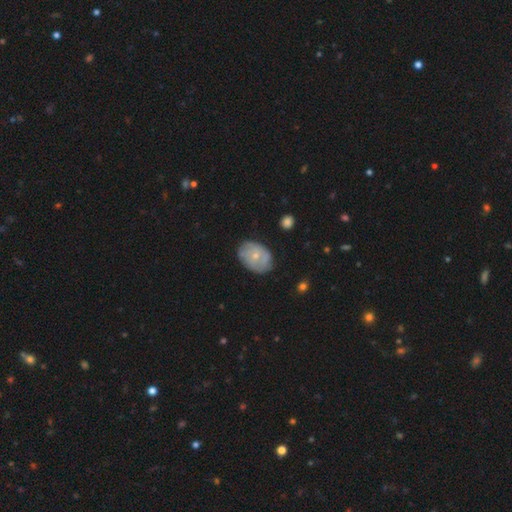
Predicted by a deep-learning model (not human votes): A smooth galaxy with no disk features (49%). Merging: none (71%).